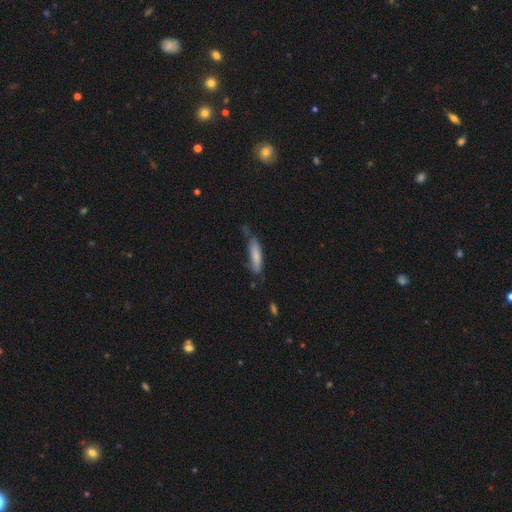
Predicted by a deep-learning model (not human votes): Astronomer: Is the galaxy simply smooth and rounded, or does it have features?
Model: smooth — 77%.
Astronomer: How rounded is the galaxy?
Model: cigar-shaped — 73%.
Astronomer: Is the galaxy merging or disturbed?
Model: none — 54% (runner-up: minor disturbance, 30%).